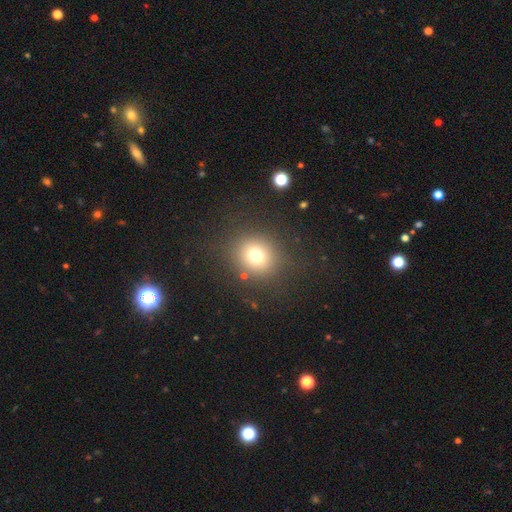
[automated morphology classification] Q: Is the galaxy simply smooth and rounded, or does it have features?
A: smooth — 73%.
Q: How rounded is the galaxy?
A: round — 86%.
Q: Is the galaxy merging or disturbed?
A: none — 85%.